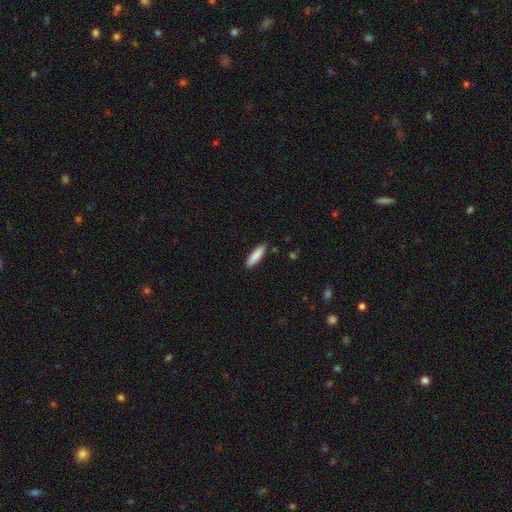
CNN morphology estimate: This is clearly a smooth galaxy (88%). How rounded: likely cigar-shaped (65%). Merging: clearly none (89%).